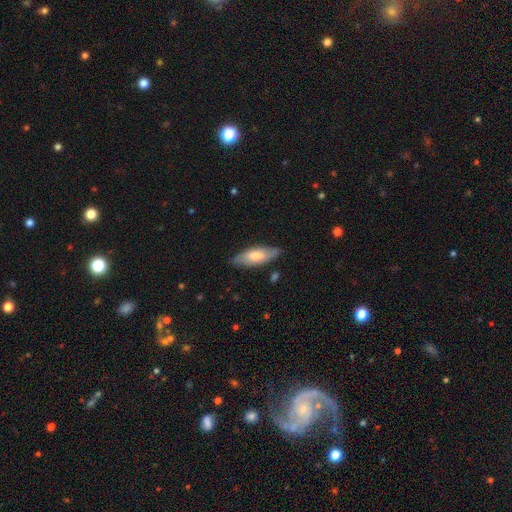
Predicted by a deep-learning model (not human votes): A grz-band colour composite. It shows a smooth galaxy with no disk features (64%) that is in between round and cigar-shaped (69%). Merging: none (79%).